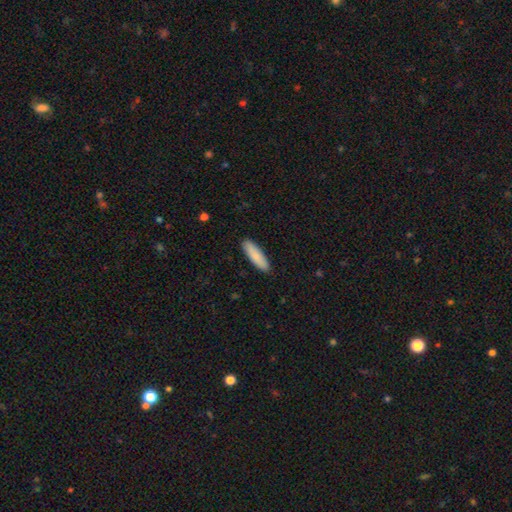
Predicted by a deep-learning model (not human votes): This is clearly a smooth galaxy (85%). How rounded: likely cigar-shaped (62%). Merging: clearly none (90%).